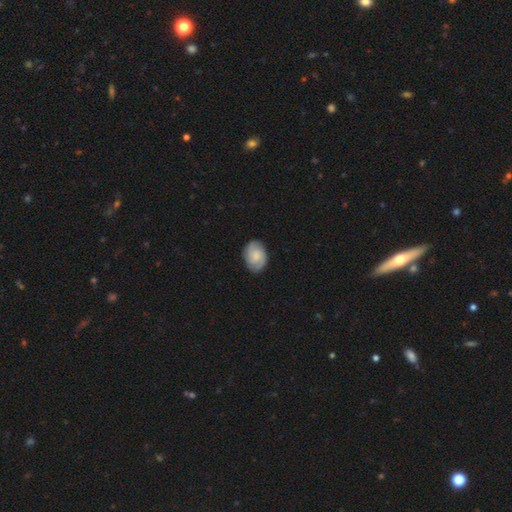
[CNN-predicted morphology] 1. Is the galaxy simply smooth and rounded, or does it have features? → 48% smooth, 44% featured or disk, 7% star or artifact.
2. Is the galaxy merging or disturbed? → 83% none, 13% minor disturbance, 3% major disturbance, 1% merger.